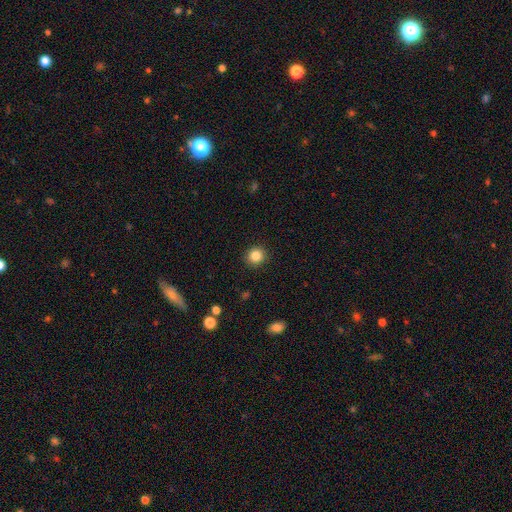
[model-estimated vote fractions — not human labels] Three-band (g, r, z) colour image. It shows a smooth galaxy with no disk features (84%) that is round (90%). Merging: none (92%).